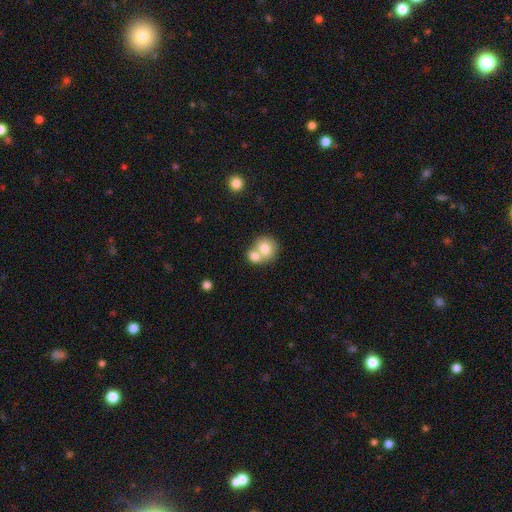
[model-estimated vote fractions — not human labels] This appears to be a smooth galaxy with no disk features (75%) that is round (73%). Merging: merger (63%).